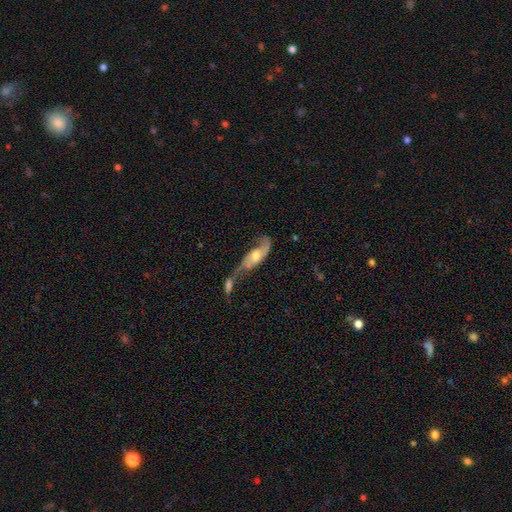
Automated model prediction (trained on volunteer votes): Smooth or featured: featured or disk — 62% (smooth — 31%)
Edge-on disk: no — 83% (yes — 17%)
Bar: no — 67% (weak — 27%)
Spiral arms: yes — 78% (no — 22%)
Bulge size: moderate — 62% (small — 23%)
Merging: merger — 59% (none — 15%)